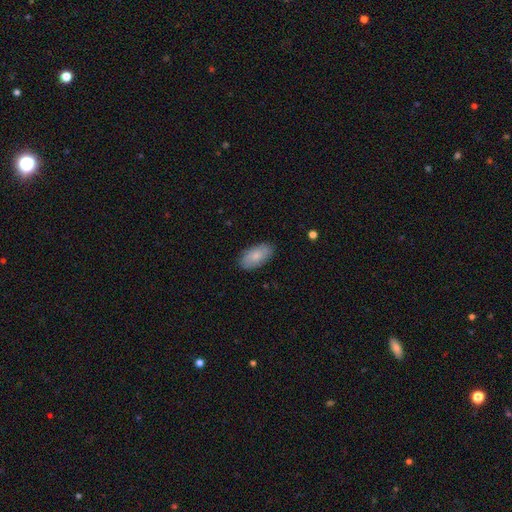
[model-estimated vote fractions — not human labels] A smooth galaxy with no disk features (75%) that is in between round and cigar-shaped (94%).

Vote fractions:
- Smooth or featured? smooth: 75% / featured or disk: 19% / star or artifact: 6%
- How rounded? in between: 94% / round: 3% / cigar-shaped: 3%
- Merging? none: 84% / minor disturbance: 12% / major disturbance: 2% / merger: 1%